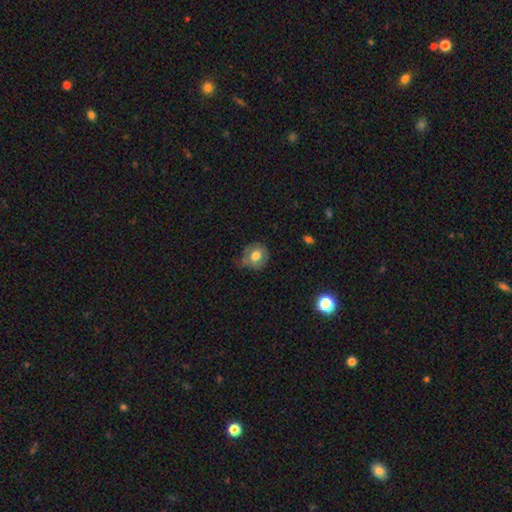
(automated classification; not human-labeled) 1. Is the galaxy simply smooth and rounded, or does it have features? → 70% smooth, 22% featured or disk, 8% star or artifact.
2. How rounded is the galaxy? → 77% round, 22% in between, 1% cigar-shaped.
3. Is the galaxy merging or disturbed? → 59% none, 29% minor disturbance, 10% major disturbance, 2% merger.